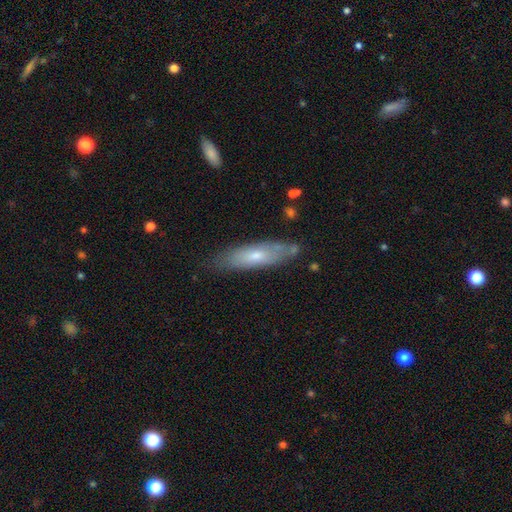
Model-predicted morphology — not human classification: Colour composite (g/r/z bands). It shows a smooth galaxy with no disk features (55%) that is cigar-shaped (61%). Merging: none (73%).